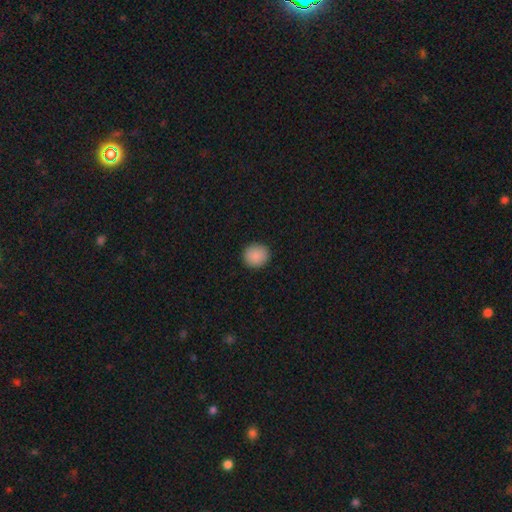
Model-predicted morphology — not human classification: Q: Smooth or featured?
A: smooth (89%); runner-up: star or artifact (8%)
Q: How rounded?
A: round (89%); runner-up: in between (10%)
Q: Merging?
A: none (92%); runner-up: minor disturbance (6%)